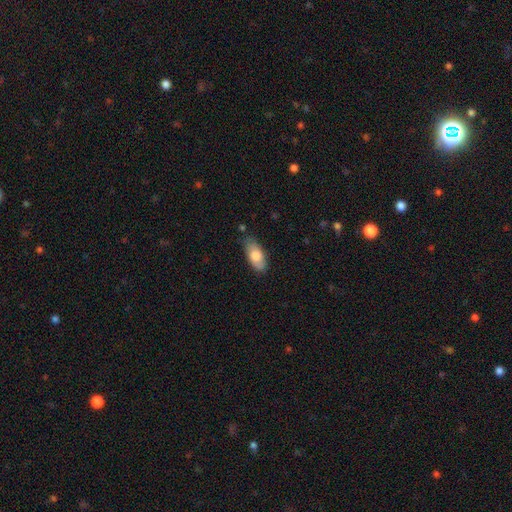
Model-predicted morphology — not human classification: Smooth or featured? smooth (77%)
How rounded? in between (88%)
Merging? none (75%)